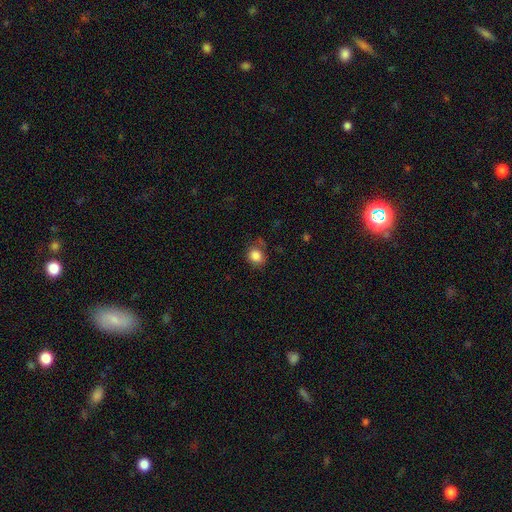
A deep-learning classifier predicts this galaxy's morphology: Q: Smooth or featured?
A: smooth (85%); runner-up: star or artifact (10%)
Q: How rounded?
A: round (62%); runner-up: in between (38%)
Q: Merging?
A: none (63%); runner-up: minor disturbance (26%)